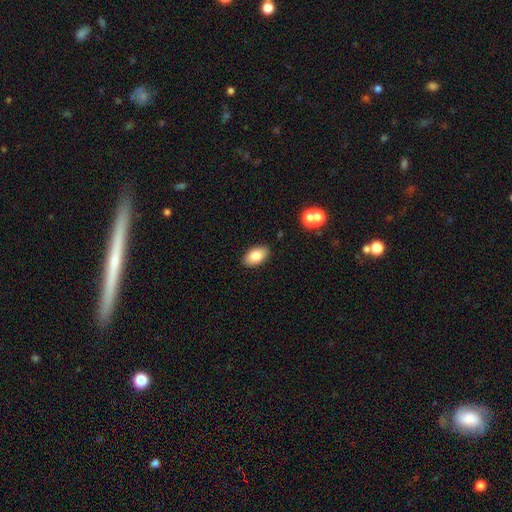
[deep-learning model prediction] smooth_or_featured: smooth (p=0.84) [alt: featured or disk p=0.09]
how_rounded: in between (p=0.93) [alt: round p=0.05]
merging: none (p=0.88) [alt: minor disturbance p=0.08]